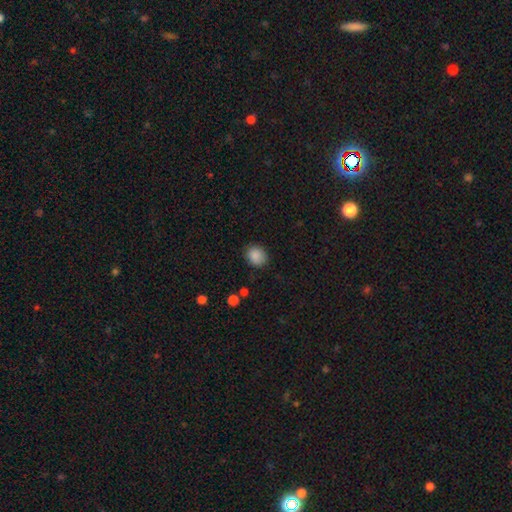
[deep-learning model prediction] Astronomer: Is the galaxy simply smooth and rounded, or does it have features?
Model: smooth — 87%.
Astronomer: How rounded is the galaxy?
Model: round — 69%.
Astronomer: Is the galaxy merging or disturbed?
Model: none — 84%.